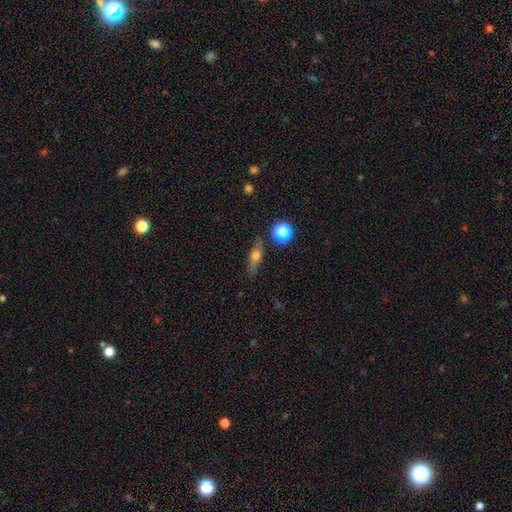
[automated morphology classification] This appears to be a smooth galaxy with no disk features (54%) that is cigar-shaped (46%). Merging: none (80%).